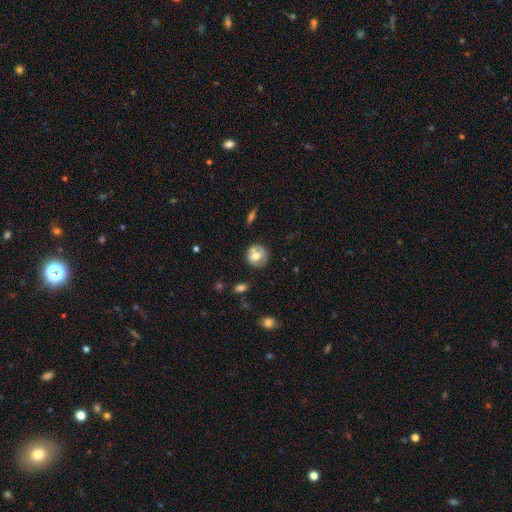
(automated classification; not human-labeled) Q: Smooth or featured?
A: smooth (59%); runner-up: featured or disk (33%)
Q: How rounded?
A: round (82%); runner-up: in between (17%)
Q: Merging?
A: none (66%); runner-up: minor disturbance (17%)